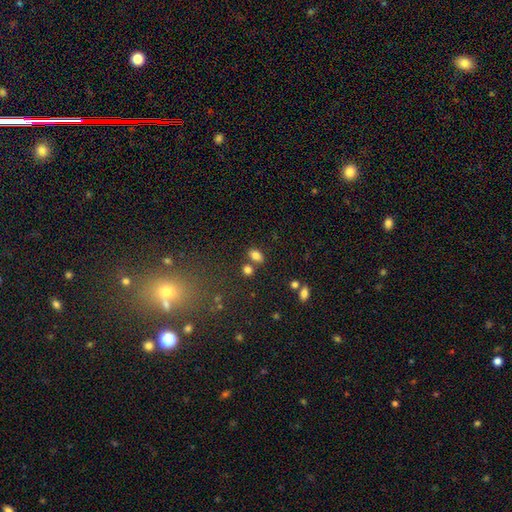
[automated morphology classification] type=smooth (82%); roundness=in between (83%); merging=none (67%).